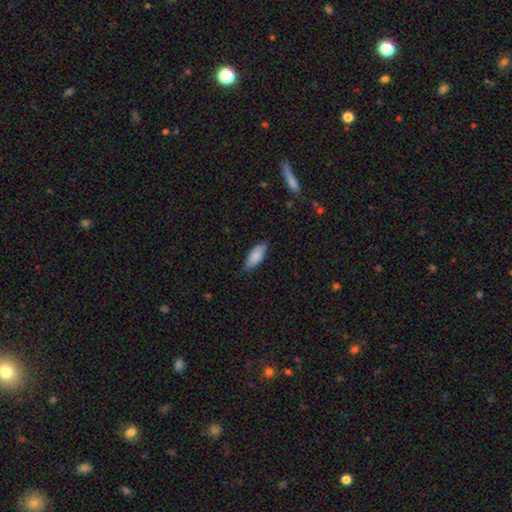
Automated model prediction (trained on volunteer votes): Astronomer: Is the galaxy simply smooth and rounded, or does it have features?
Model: smooth — 86%.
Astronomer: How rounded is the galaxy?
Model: in between — 81%.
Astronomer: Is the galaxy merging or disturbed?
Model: none — 78%.